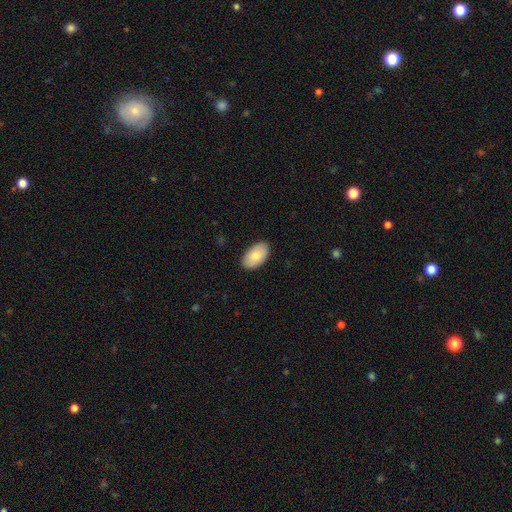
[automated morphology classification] Smooth or featured? Predicted: smooth (p=0.80). How rounded? Predicted: in between (p=0.95). Merging? Predicted: none (p=0.88).